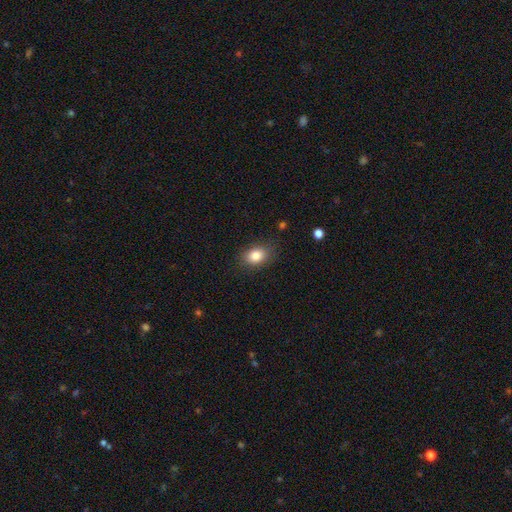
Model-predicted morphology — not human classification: smooth-or-featured: smooth: 84% | star or artifact: 9% | featured or disk: 7%
  how-rounded: in between: 72% | round: 27% | cigar-shaped: 1%
  merging: none: 82% | minor disturbance: 13% | major disturbance: 4% | merger: 1%